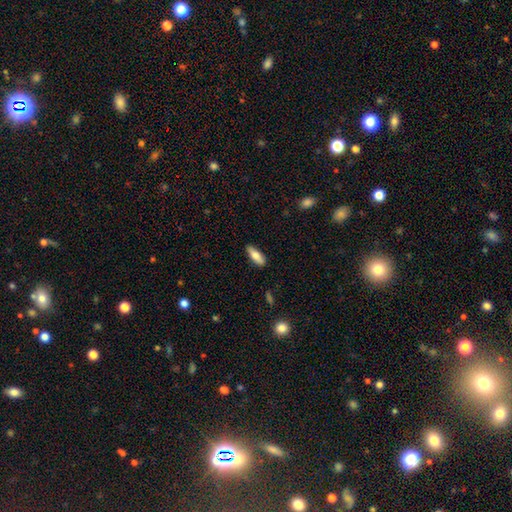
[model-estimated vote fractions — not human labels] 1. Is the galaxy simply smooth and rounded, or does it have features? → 75% smooth, 19% featured or disk, 6% star or artifact.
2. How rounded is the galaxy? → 60% in between, 37% cigar-shaped, 2% round.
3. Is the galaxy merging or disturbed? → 88% none, 9% minor disturbance, 2% major disturbance, 1% merger.